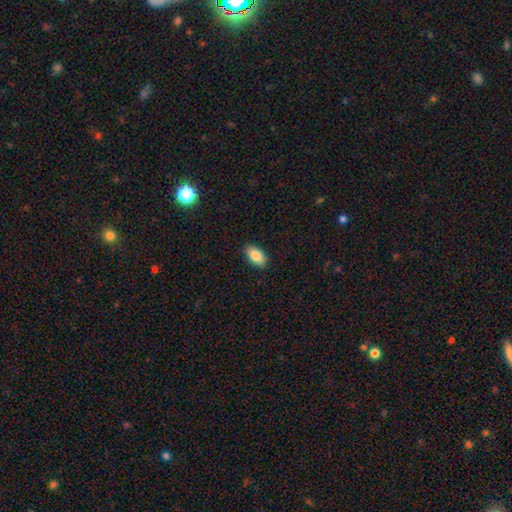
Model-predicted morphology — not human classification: This is clearly a smooth galaxy (86%). How rounded: clearly in between (94%). Merging: clearly none (89%).